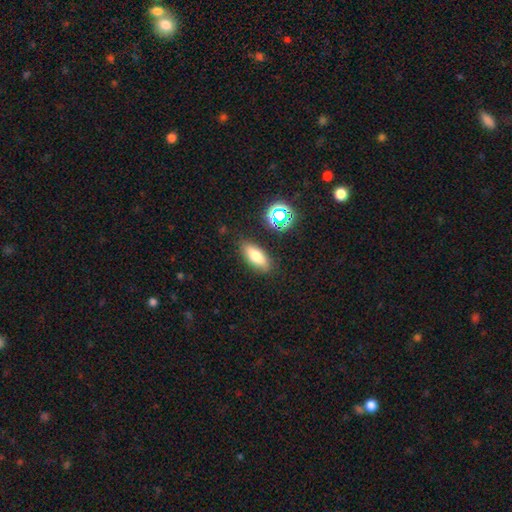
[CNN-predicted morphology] Q: Smooth or featured?
A: smooth (72%); runner-up: featured or disk (17%)
Q: How rounded?
A: in between (74%); runner-up: cigar-shaped (22%)
Q: Merging?
A: none (84%); runner-up: minor disturbance (10%)